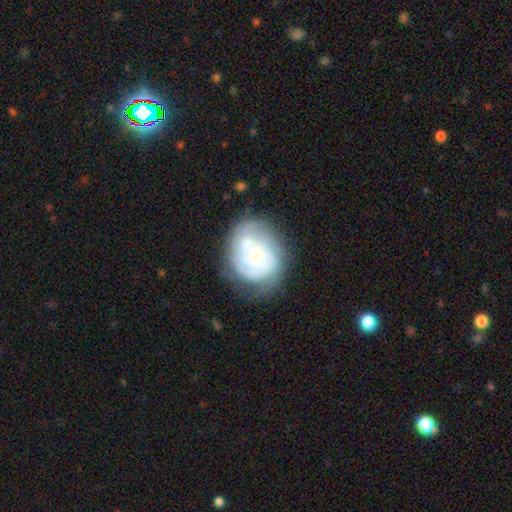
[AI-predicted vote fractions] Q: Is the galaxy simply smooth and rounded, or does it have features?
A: featured or disk — 75%.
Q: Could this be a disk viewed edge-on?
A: no — 98%.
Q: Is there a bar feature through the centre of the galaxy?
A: no — 75%.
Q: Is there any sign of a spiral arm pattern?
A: yes — 85%.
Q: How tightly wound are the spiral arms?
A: tight — 67%.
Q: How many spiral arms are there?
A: can't tell — 40%.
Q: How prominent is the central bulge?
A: small — 62%.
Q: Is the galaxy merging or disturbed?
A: none — 58%.